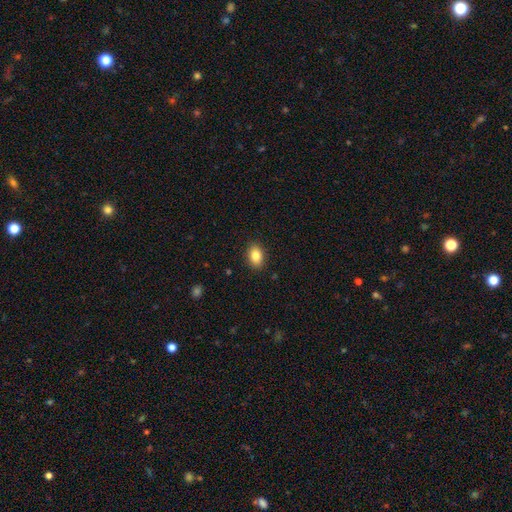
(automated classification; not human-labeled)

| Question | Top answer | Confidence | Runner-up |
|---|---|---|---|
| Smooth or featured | smooth | 85% | star or artifact (8%) |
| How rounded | in between | 81% | round (17%) |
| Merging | none | 89% | minor disturbance (8%) |